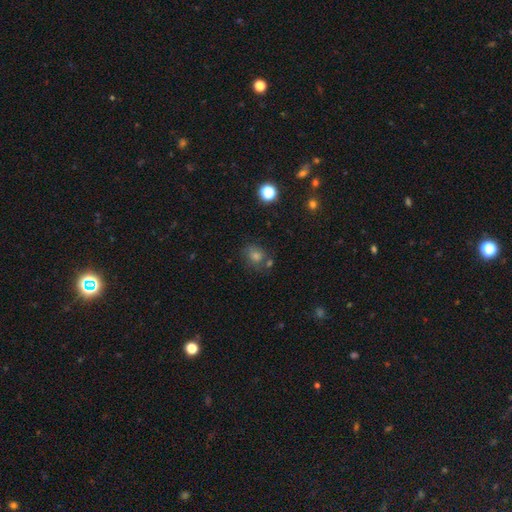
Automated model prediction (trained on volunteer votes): Smooth or featured?
  - smooth: 58% *
  - star or artifact: 28%
  - featured or disk: 13%
How rounded?
  - round: 66% *
  - in between: 32%
  - cigar-shaped: 1%
Merging?
  - none: 69% *
  - minor disturbance: 15%
  - merger: 10%
  - major disturbance: 6%